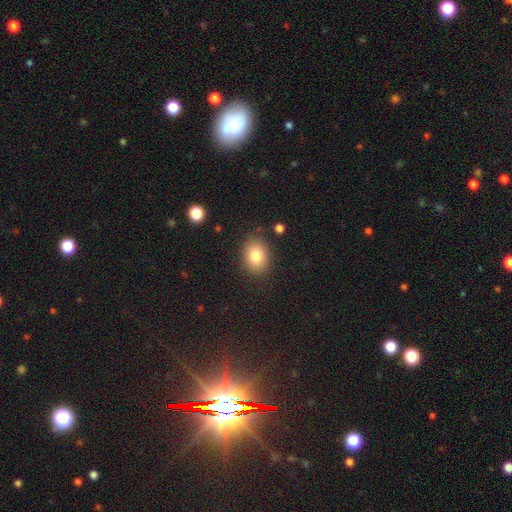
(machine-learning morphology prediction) Smooth or featured: smooth — 82% (star or artifact — 9%)
How rounded: in between — 59% (round — 40%)
Merging: none — 85% (minor disturbance — 10%)